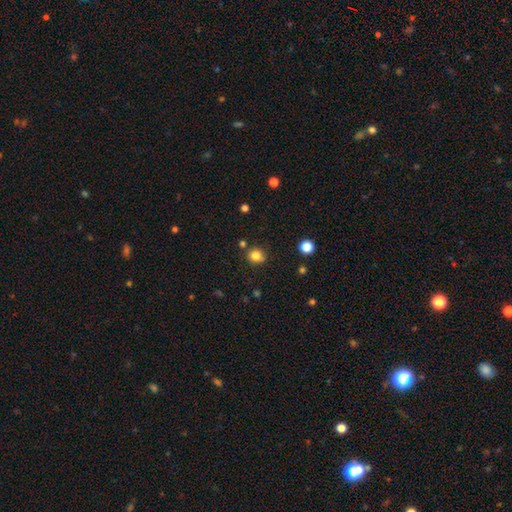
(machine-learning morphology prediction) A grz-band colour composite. It shows a smooth galaxy with no disk features (82%) that is round (83%). Merging: none (81%).